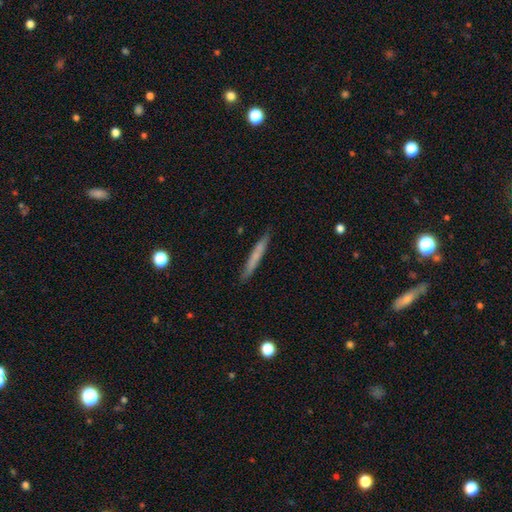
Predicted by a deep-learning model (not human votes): smooth_or_featured: smooth (p=0.63) [alt: featured or disk p=0.30]
how_rounded: cigar-shaped (p=0.96) [alt: in between p=0.03]
merging: none (p=0.89) [alt: minor disturbance p=0.08]